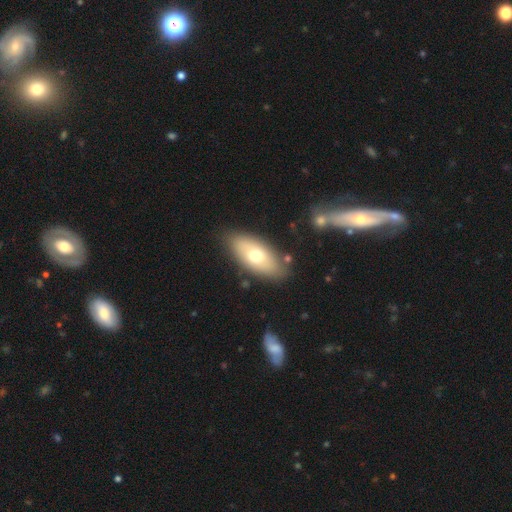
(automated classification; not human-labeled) Q: Smooth or featured?
A: smooth (63%); runner-up: featured or disk (31%)
Q: How rounded?
A: in between (88%); runner-up: cigar-shaped (9%)
Q: Merging?
A: none (80%); runner-up: minor disturbance (13%)